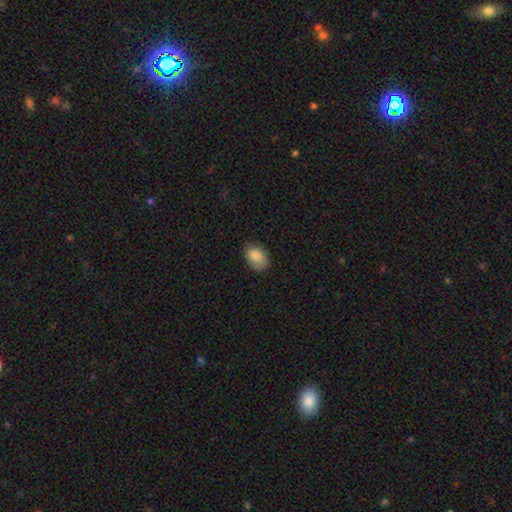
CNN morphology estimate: The model was most divided on "merging": none: 71%, minor disturbance: 23%, major disturbance: 5%, merger: 1%. More confident: smooth or featured — smooth (85%); how rounded — in between (82%).